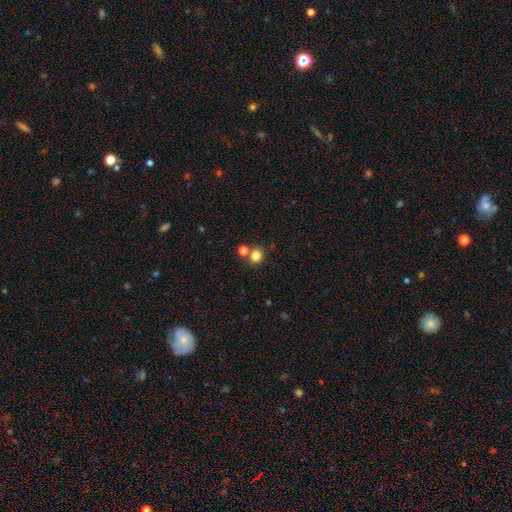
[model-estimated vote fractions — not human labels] smooth_or_featured: smooth (p=0.82) [alt: star or artifact p=0.13]
how_rounded: round (p=0.86) [alt: in between p=0.13]
merging: none (p=0.71) [alt: merger p=0.19]